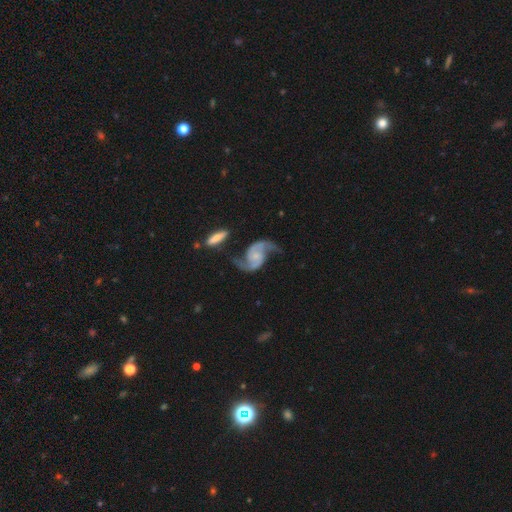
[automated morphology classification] Smooth or featured?
  - featured or disk: 91% *
  - smooth: 5%
  - star or artifact: 4%
Edge-on disk?
  - no: 97% *
  - yes: 3%
Bar?
  - no: 59% *
  - weak: 33%
  - strong: 9%
Spiral arms?
  - yes: 98% *
  - no: 2%
Spiral winding?
  - loose: 54% *
  - medium: 37%
  - tight: 8%
Spiral arm count?
  - 2: 94% *
  - 1: 2%
  - can't tell: 2%
  - 3: 1%
  - 4: 1%
  - more than 4: 1%
Bulge size?
  - small: 43% *
  - none: 30%
  - moderate: 20%
  - large: 5%
  - dominant: 2%
Merging?
  - none: 64% *
  - minor disturbance: 18%
  - major disturbance: 11%
  - merger: 6%